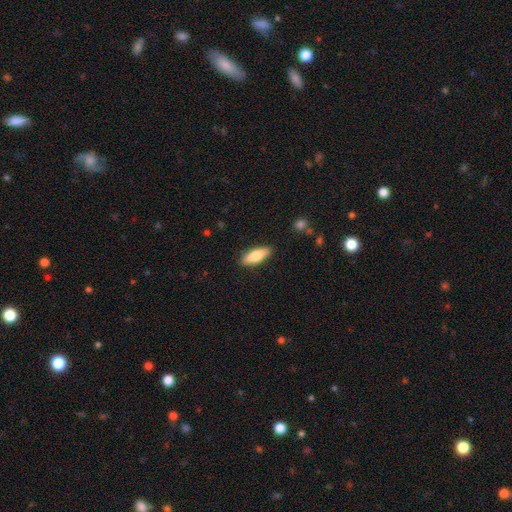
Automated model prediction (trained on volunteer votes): This appears to be a smooth galaxy with no disk features (74%) that is in between round and cigar-shaped (64%). Merging: none (88%).